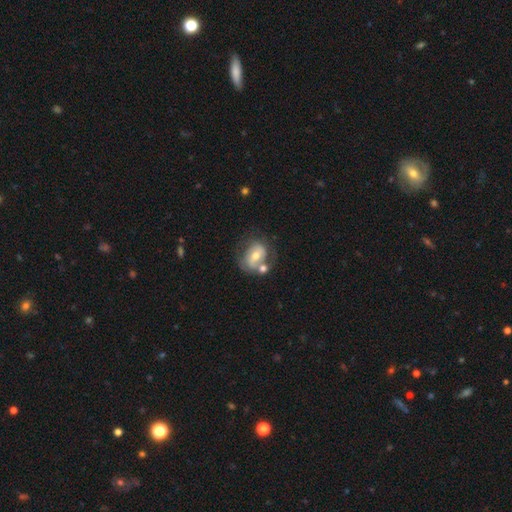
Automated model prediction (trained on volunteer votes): Overall: featured or disk (56%; smooth 36%). Edge-on disk: no (95%). Bar: no (40%; weak 36%). Spiral arms: yes (55%; no 45%). Bulge size: moderate (66%). Merging: none (44%; merger 26%).